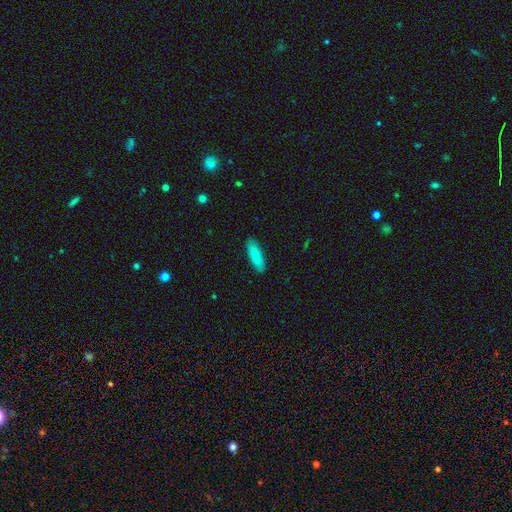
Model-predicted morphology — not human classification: A smooth galaxy with no disk features (85%) that is cigar-shaped (51%). Merging: none (90%).